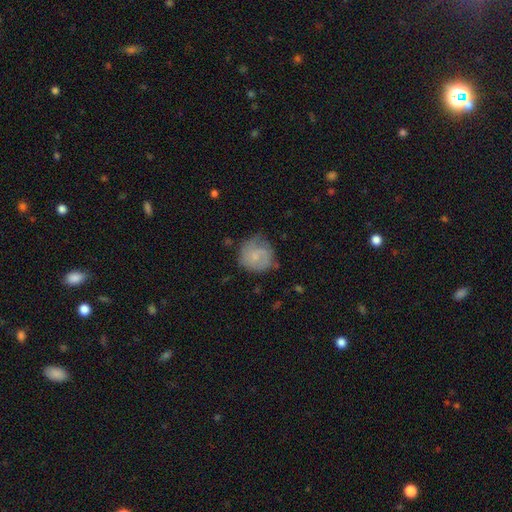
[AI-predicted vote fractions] This appears to be a smooth galaxy with no disk features (53%) that is round (86%). Merging: none (60%).